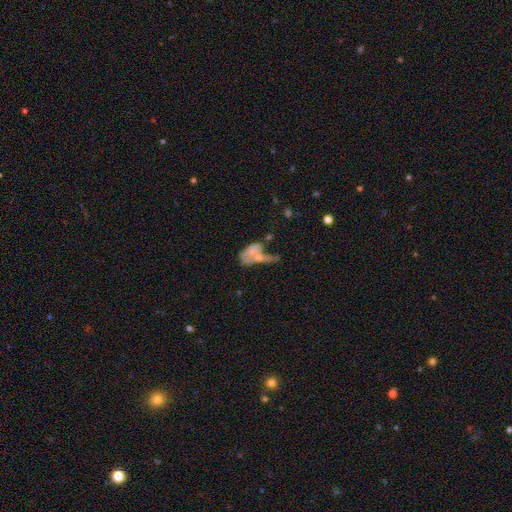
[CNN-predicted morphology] Smooth or featured?
  - featured or disk: 45% *
  - smooth: 43%
  - star or artifact: 12%
Merging?
  - merger: 45% *
  - major disturbance: 27%
  - none: 16%
  - minor disturbance: 11%